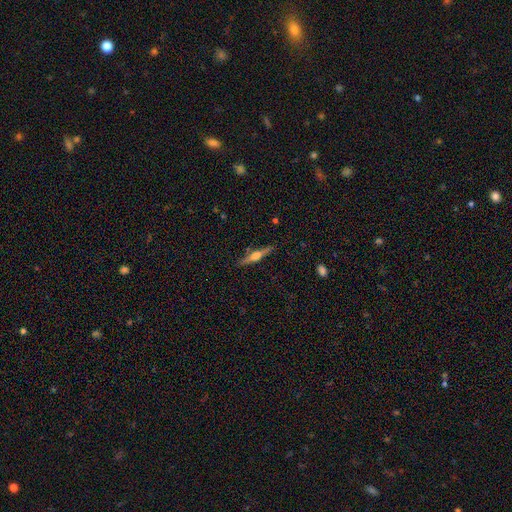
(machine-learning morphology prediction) A featured or disk galaxy (71%) viewed edge-on (98%) with a rounded central bulge (93%). Merging: none (89%).